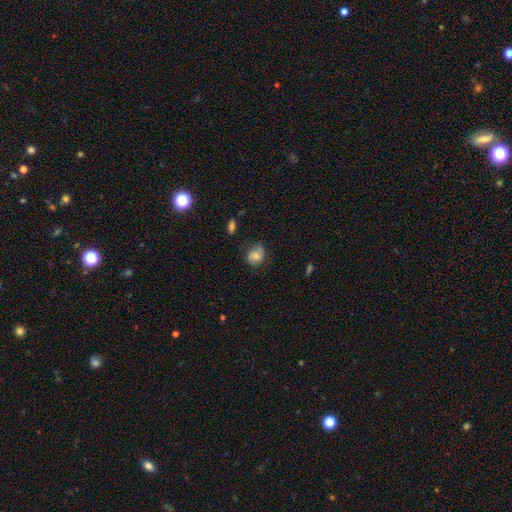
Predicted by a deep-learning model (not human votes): The model was most divided on "how rounded": round: 51%, in between: 47%, cigar-shaped: 1%. More confident: merging — none (63%); smooth or featured — smooth (59%).